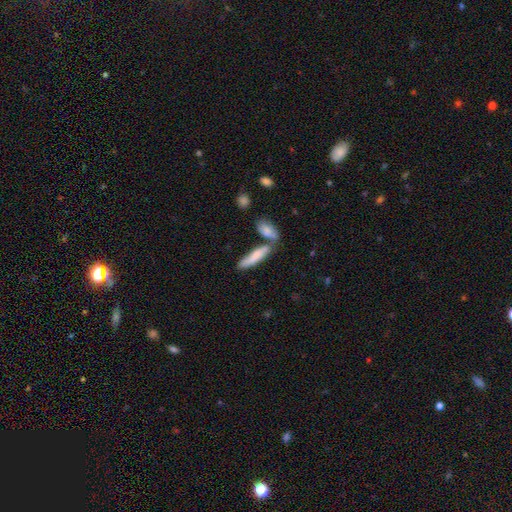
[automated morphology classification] This appears to be a smooth galaxy with no disk features (74%) that is cigar-shaped (68%). Merging: none (50%).